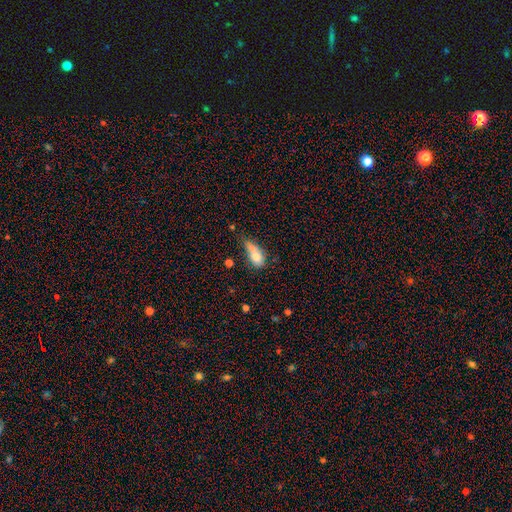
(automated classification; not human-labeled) Smooth or featured: smooth — 71% (featured or disk — 19%)
How rounded: in between — 74% (round — 14%)
Merging: merger — 38% (none — 23%)